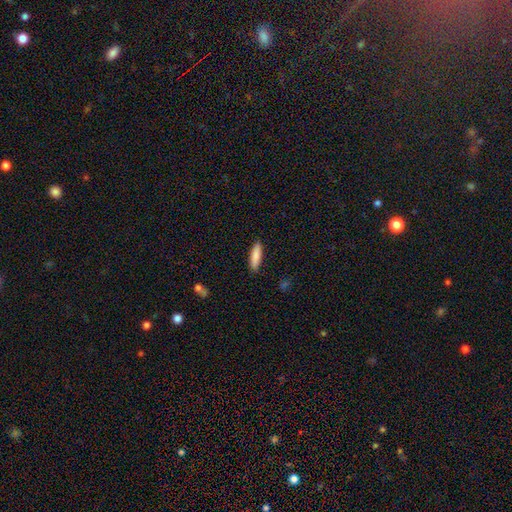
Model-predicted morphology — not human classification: Q: Smooth or featured?
A: smooth (84%); runner-up: featured or disk (10%)
Q: How rounded?
A: cigar-shaped (70%); runner-up: in between (28%)
Q: Merging?
A: none (88%); runner-up: minor disturbance (9%)